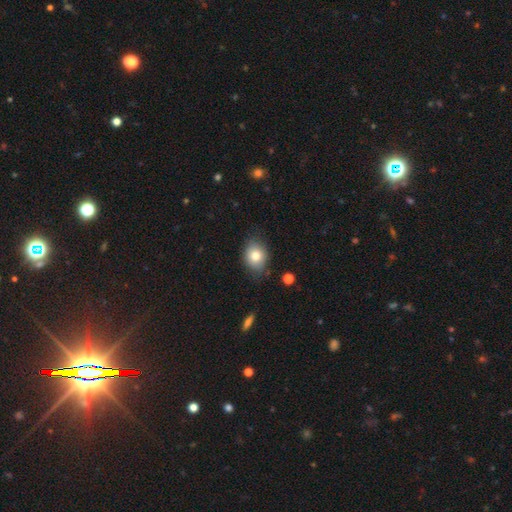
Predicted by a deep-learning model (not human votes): smooth-or-featured: smooth: 78% | featured or disk: 12% | star or artifact: 10%
  how-rounded: in between: 51% | round: 48% | cigar-shaped: 1%
  merging: none: 77% | minor disturbance: 18% | major disturbance: 4% | merger: 2%